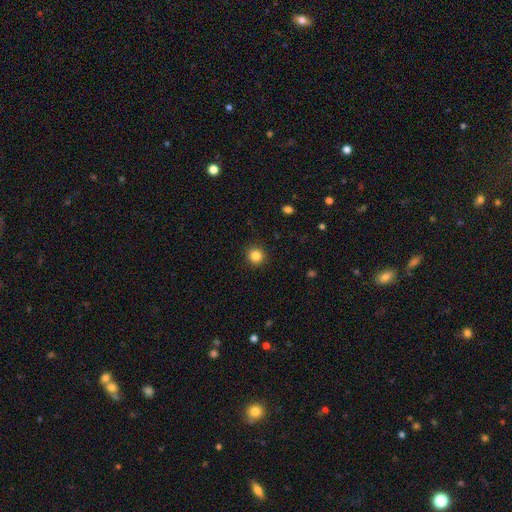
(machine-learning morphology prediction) This is clearly a smooth galaxy (85%). How rounded: clearly round (93%). Merging: clearly none (91%).